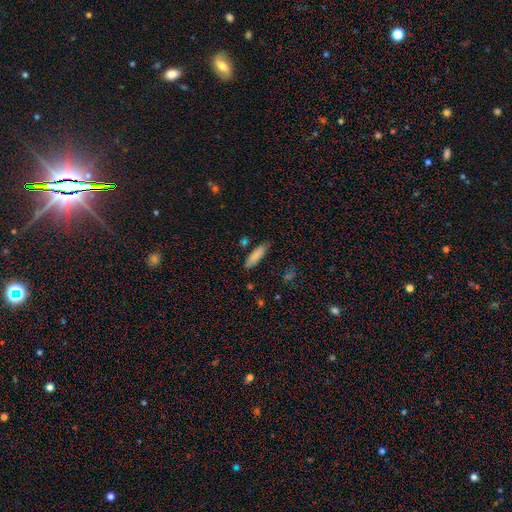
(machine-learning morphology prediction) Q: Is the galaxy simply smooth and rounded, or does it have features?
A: smooth — 84%.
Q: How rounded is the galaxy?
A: cigar-shaped — 52%.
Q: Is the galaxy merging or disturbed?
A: none — 77%.